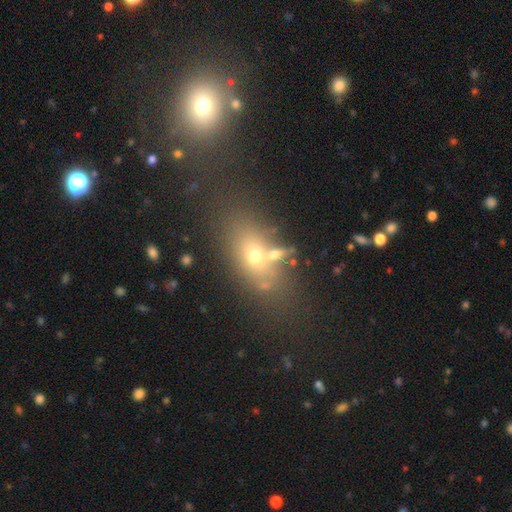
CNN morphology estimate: This is possibly a smooth galaxy (54%). How rounded: likely in between (66%). Merging: possibly none (59%).